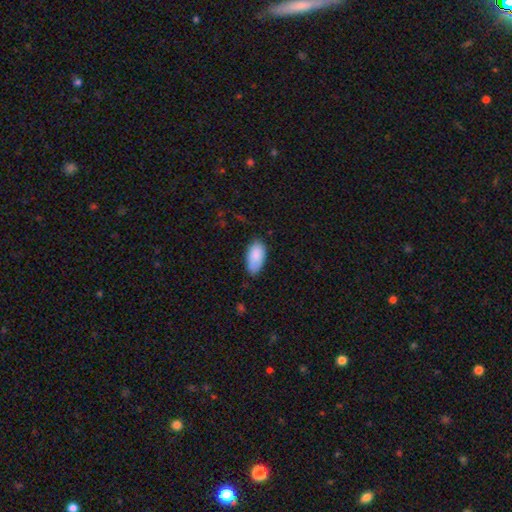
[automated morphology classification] smooth 87%, star or artifact 6%, featured or disk 6%. Down the decision tree: how rounded — in between (94%); merging — none (70%).